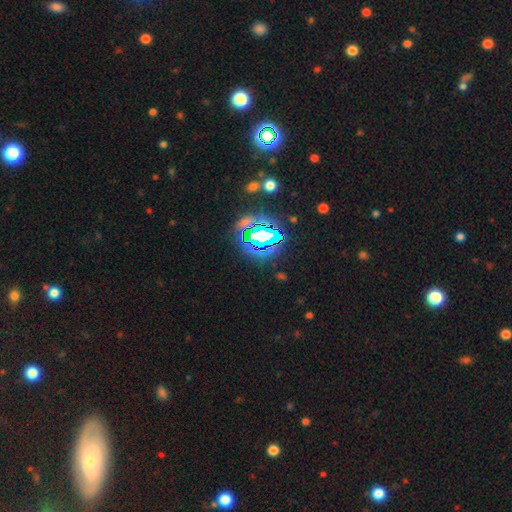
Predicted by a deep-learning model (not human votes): This is likely a star or artifact rather than a galaxy (76%).